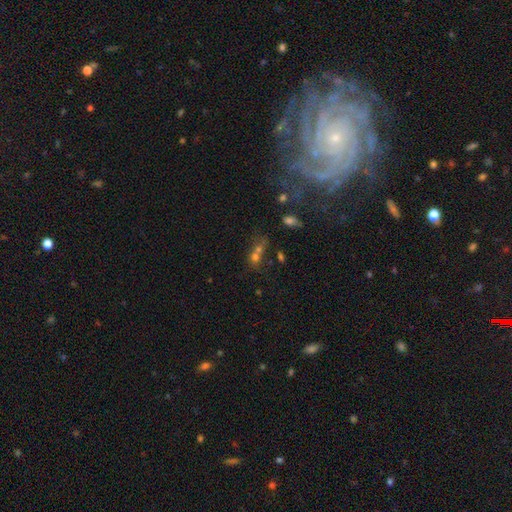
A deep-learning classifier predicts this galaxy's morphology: Smooth or featured? smooth (46%)
Merging? merger (38%)